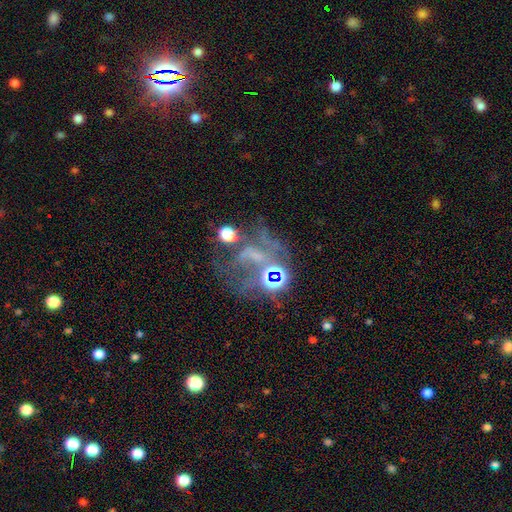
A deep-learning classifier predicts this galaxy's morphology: Smooth or featured: star or artifact — 42% (featured or disk — 40%)